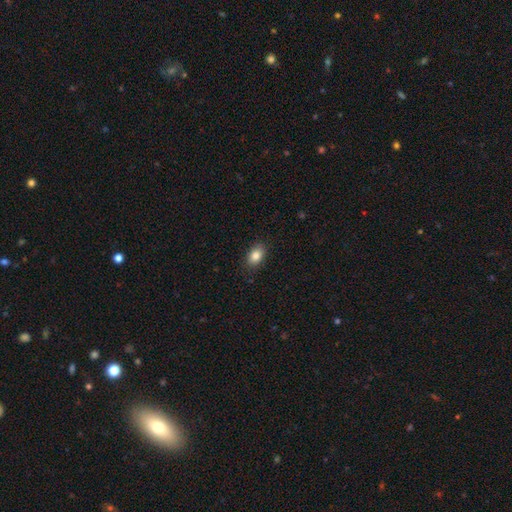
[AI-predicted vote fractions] Q: Smooth or featured?
A: smooth (85%); runner-up: star or artifact (8%)
Q: How rounded?
A: in between (85%); runner-up: round (14%)
Q: Merging?
A: none (86%); runner-up: minor disturbance (10%)